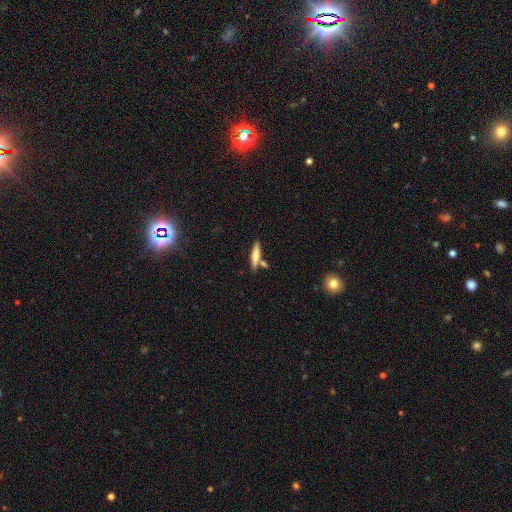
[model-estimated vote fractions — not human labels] smooth 64%, featured or disk 30%, star or artifact 6%. Down the decision tree: how rounded — cigar-shaped (84%); merging — none (71%).